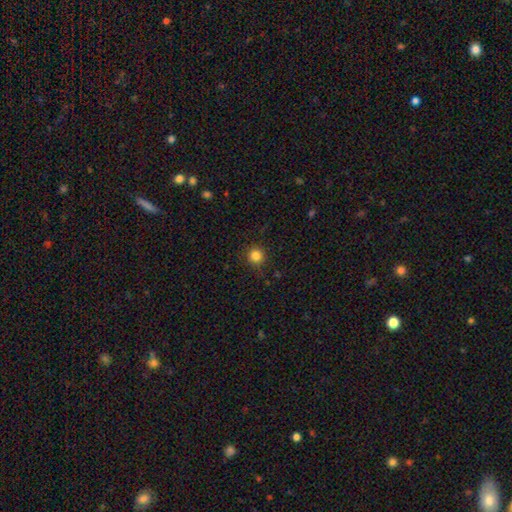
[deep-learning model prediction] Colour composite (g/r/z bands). It shows a smooth galaxy with no disk features (84%) that is round (95%). Merging: none (89%).